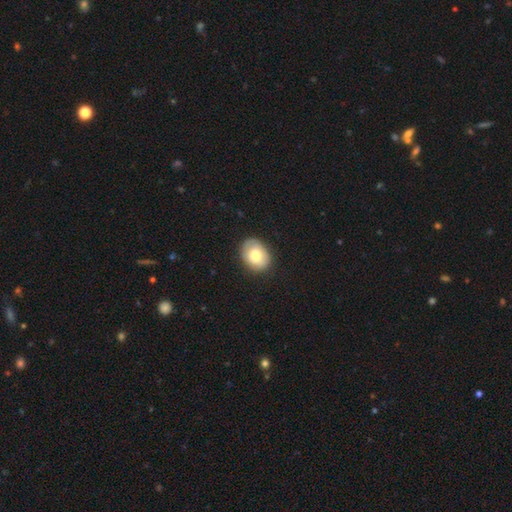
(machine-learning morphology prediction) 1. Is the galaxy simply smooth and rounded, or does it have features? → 68% smooth, 26% featured or disk, 7% star or artifact.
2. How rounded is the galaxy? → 62% in between, 37% round, 1% cigar-shaped.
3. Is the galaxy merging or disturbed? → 80% none, 15% minor disturbance, 4% major disturbance, 1% merger.